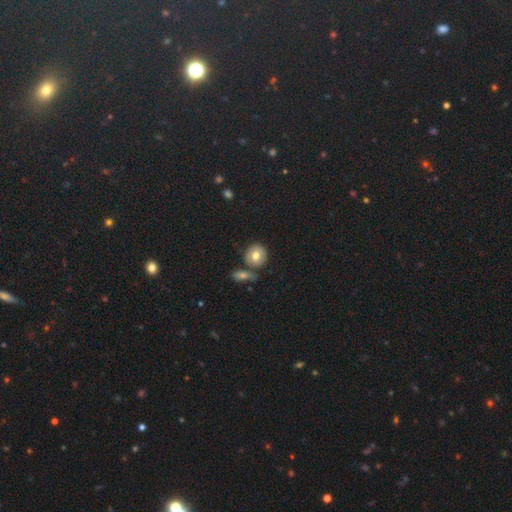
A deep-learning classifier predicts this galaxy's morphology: smooth-or-featured: smooth: 74% | featured or disk: 18% | star or artifact: 9%
  how-rounded: round: 83% | in between: 16% | cigar-shaped: 1%
  merging: none: 68% | merger: 17% | minor disturbance: 11% | major disturbance: 4%